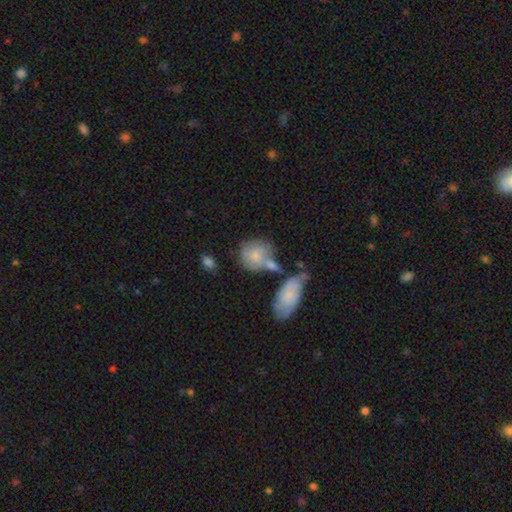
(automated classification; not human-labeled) Q: Smooth or featured?
A: smooth (68%); runner-up: featured or disk (25%)
Q: How rounded?
A: round (64%); runner-up: in between (34%)
Q: Merging?
A: none (37%); runner-up: merger (36%)